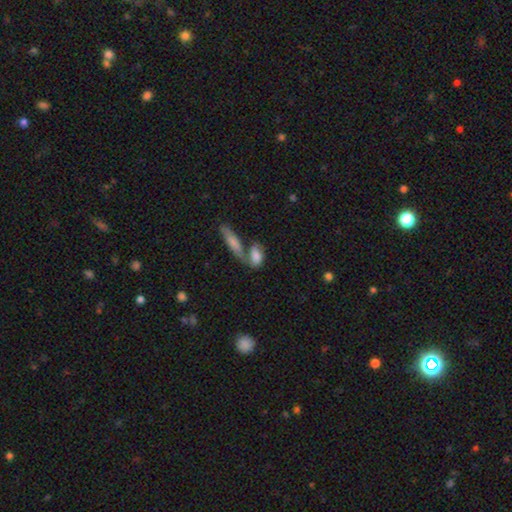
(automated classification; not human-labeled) This is likely a smooth galaxy (72%). How rounded: likely in between (74%). Merging: possibly merger (48%).